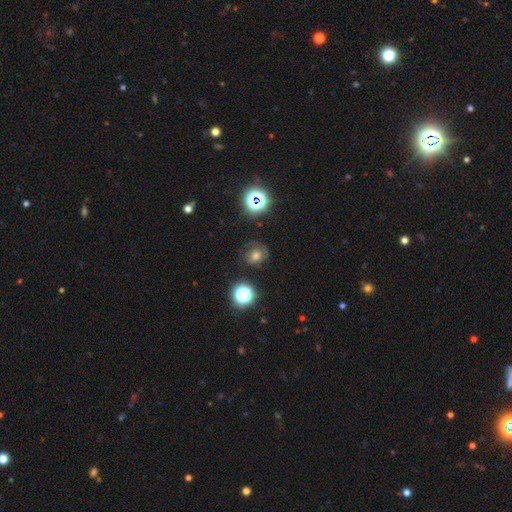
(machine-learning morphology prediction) Q: Smooth or featured?
A: smooth (51%); runner-up: featured or disk (25%)
Q: How rounded?
A: round (77%); runner-up: in between (22%)
Q: Merging?
A: none (65%); runner-up: minor disturbance (20%)